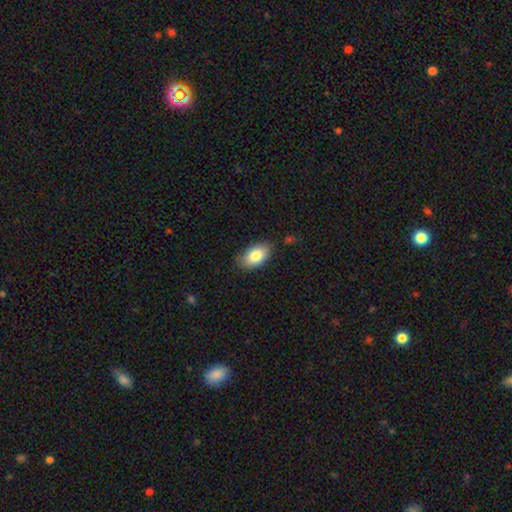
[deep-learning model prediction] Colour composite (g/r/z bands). It shows a smooth galaxy with no disk features (83%) that is in between round and cigar-shaped (93%). Merging: none (78%).